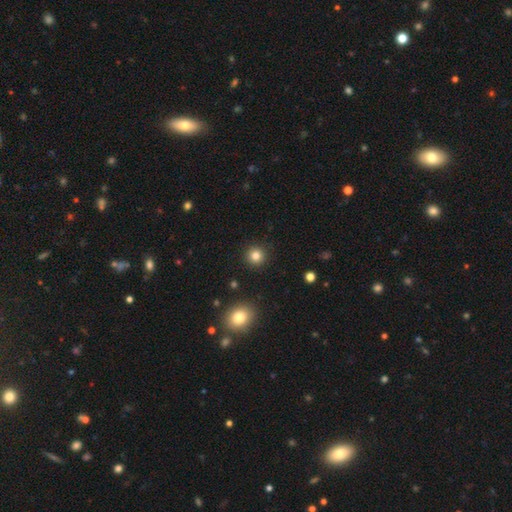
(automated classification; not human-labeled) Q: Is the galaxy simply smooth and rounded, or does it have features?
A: smooth — 82%.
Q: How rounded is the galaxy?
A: round — 94%.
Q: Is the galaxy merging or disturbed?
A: none — 91%.